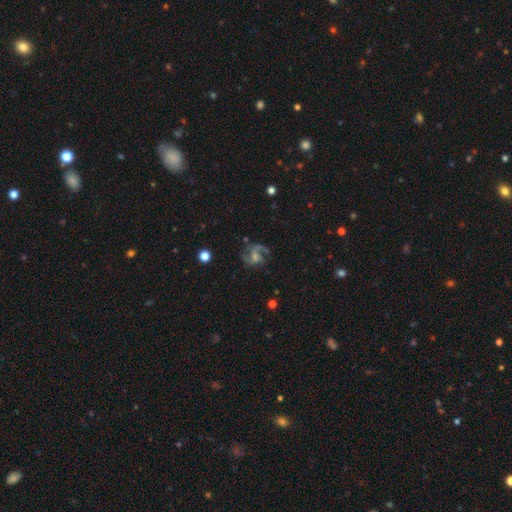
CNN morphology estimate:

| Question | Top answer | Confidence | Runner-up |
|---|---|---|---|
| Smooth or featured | featured or disk | 79% | star or artifact (11%) |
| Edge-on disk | no | 98% | yes (2%) |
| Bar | weak | 45% | no (43%) |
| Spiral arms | yes | 95% | no (5%) |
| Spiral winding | medium | 51% | loose (35%) |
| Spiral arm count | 2 | 68% | 3 (12%) |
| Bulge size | small | 42% | moderate (37%) |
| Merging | none | 67% | minor disturbance (16%) |